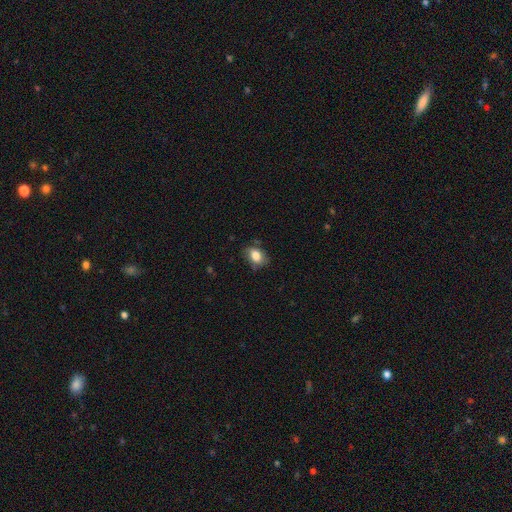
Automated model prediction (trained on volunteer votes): Q: Smooth or featured?
A: smooth (78%); runner-up: featured or disk (13%)
Q: How rounded?
A: in between (75%); runner-up: round (24%)
Q: Merging?
A: none (65%); runner-up: minor disturbance (26%)